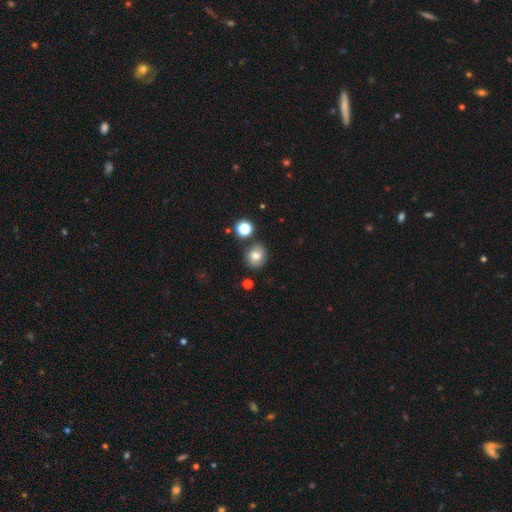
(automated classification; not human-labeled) The model was most divided on "how rounded": round: 74%, in between: 25%, cigar-shaped: 1%. More confident: merging — none (76%); smooth or featured — smooth (69%).